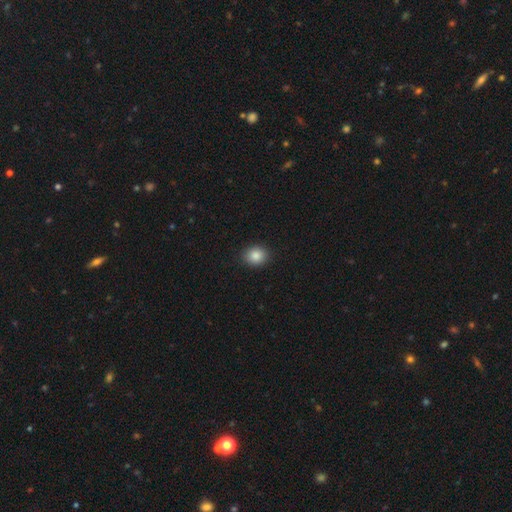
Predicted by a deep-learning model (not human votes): Smooth or featured?
  - smooth: 86% *
  - star or artifact: 9%
  - featured or disk: 4%
How rounded?
  - round: 65% *
  - in between: 34%
  - cigar-shaped: 1%
Merging?
  - none: 90% *
  - minor disturbance: 7%
  - major disturbance: 2%
  - merger: 1%